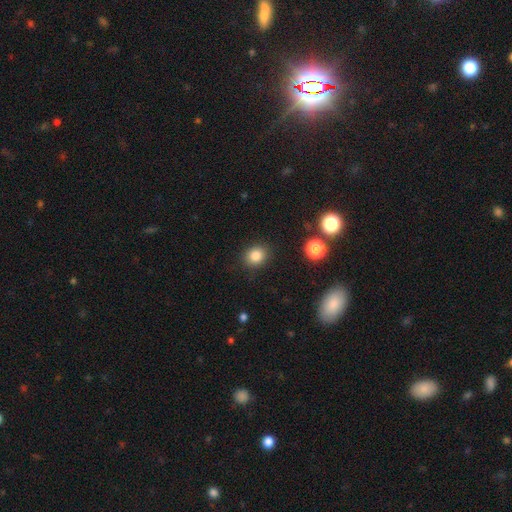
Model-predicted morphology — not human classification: Smooth or featured?
  - smooth: 84% *
  - star or artifact: 11%
  - featured or disk: 5%
How rounded?
  - round: 72% *
  - in between: 27%
  - cigar-shaped: 1%
Merging?
  - none: 88% *
  - minor disturbance: 8%
  - major disturbance: 3%
  - merger: 2%